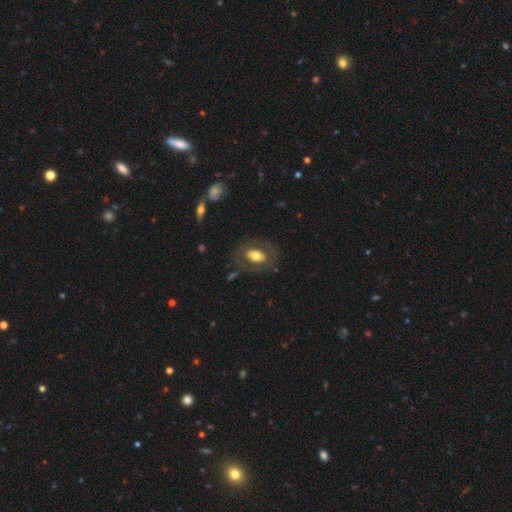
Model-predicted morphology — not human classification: This is possibly a smooth galaxy (56%). How rounded: clearly in between (81%). Merging: likely none (74%).